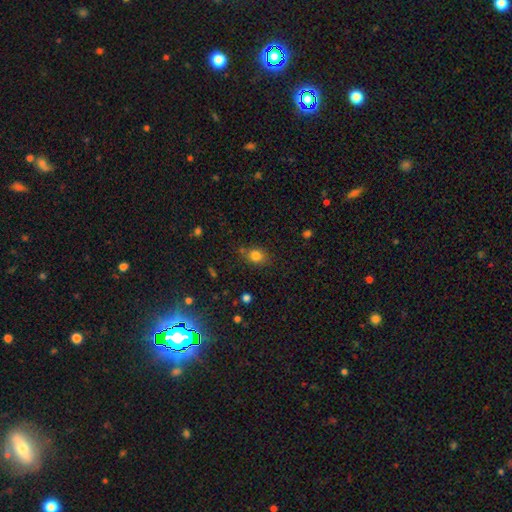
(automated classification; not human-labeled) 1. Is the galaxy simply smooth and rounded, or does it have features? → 81% smooth, 12% star or artifact, 7% featured or disk.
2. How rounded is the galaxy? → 55% round, 44% in between, 1% cigar-shaped.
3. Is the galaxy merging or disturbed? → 74% none, 16% minor disturbance, 6% merger, 4% major disturbance.